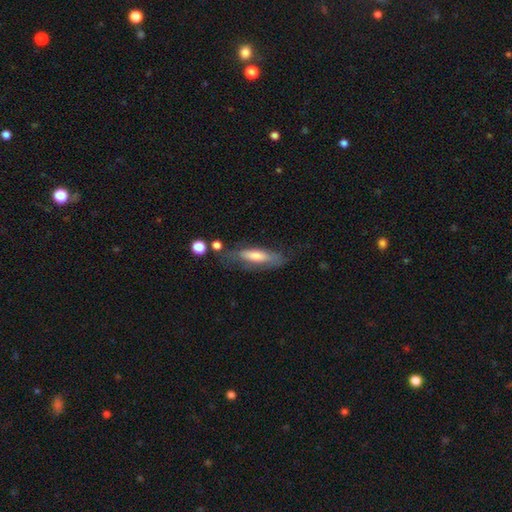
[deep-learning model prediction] A smooth galaxy with no disk features (54%) that is cigar-shaped (62%).

Vote fractions:
- Smooth or featured? smooth: 54% / featured or disk: 38% / star or artifact: 8%
- How rounded? cigar-shaped: 62% / in between: 36% / round: 2%
- Merging? none: 59% / minor disturbance: 23% / major disturbance: 13% / merger: 5%